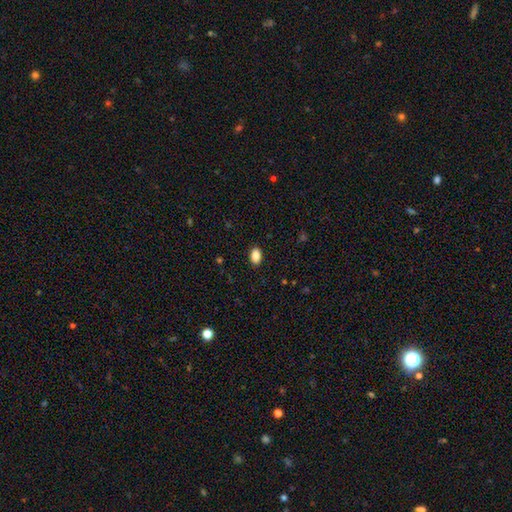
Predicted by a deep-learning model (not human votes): Overall: smooth (87%). How rounded: in between (90%). Merging: none (90%).